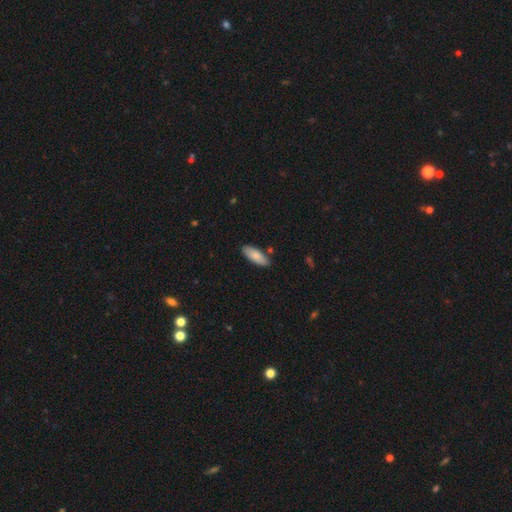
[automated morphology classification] The model was most divided on "how rounded": in between: 73%, cigar-shaped: 25%, round: 2%. More confident: smooth or featured — smooth (84%); merging — none (83%).